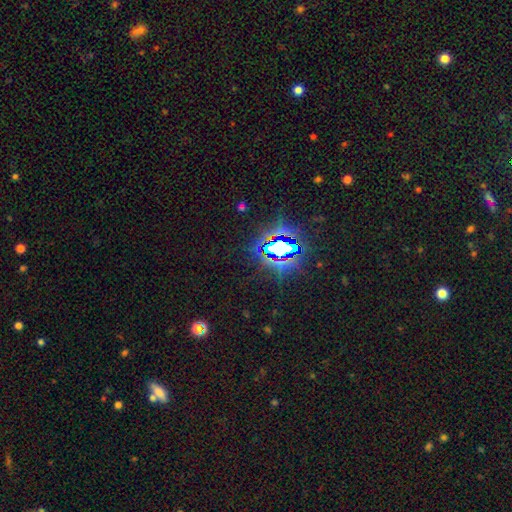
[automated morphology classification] smooth_or_featured: star or artifact (p=0.81) [alt: smooth p=0.12]